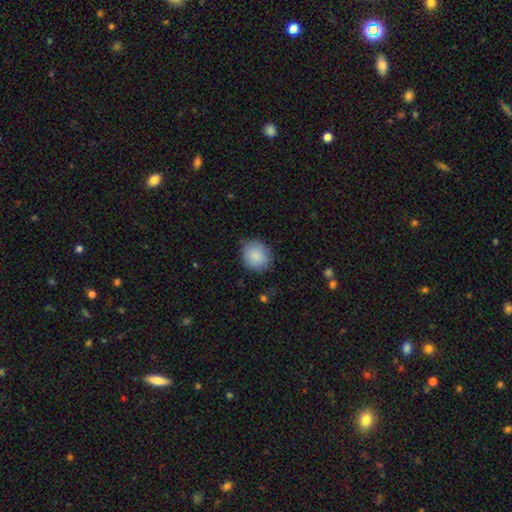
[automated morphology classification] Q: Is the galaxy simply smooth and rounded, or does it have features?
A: smooth — 87%.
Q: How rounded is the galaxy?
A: round — 79%.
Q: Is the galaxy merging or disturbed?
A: none — 81%.